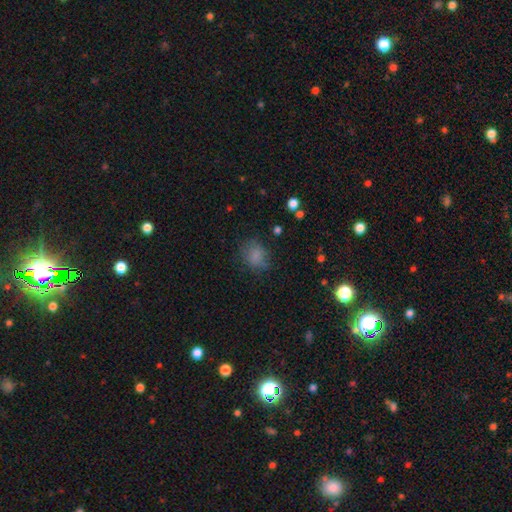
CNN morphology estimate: smooth_or_featured: smooth (p=0.80) [alt: star or artifact p=0.13]
how_rounded: round (p=0.53) [alt: in between p=0.46]
merging: none (p=0.72) [alt: minor disturbance p=0.19]